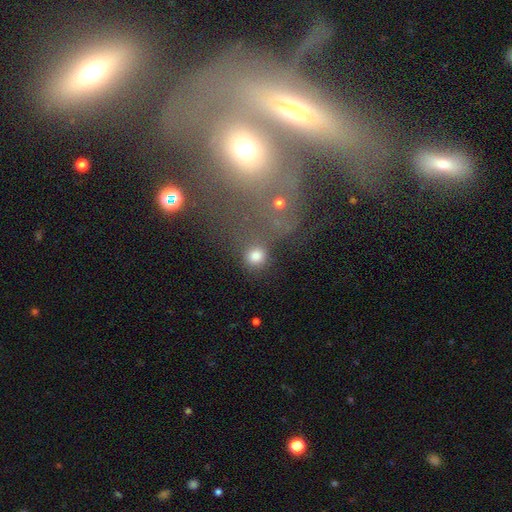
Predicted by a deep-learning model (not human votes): Smooth or featured?
  - smooth: 77% *
  - star or artifact: 15%
  - featured or disk: 8%
How rounded?
  - round: 90% *
  - in between: 9%
  - cigar-shaped: 1%
Merging?
  - none: 68% *
  - minor disturbance: 13%
  - merger: 11%
  - major disturbance: 9%